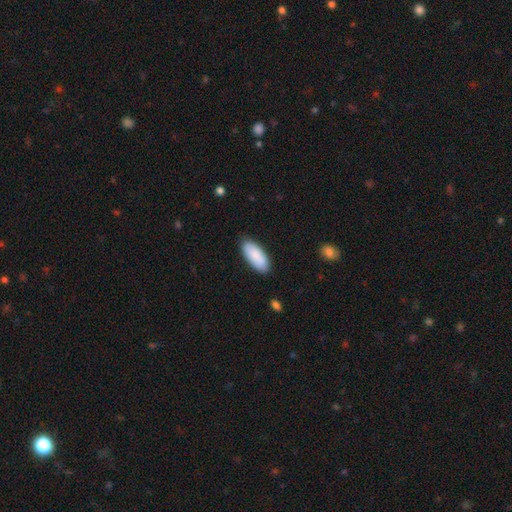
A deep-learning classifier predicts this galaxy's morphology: The model was most divided on "how rounded": in between: 87%, cigar-shaped: 12%, round: 2%. More confident: smooth or featured — smooth (89%); merging — none (87%).